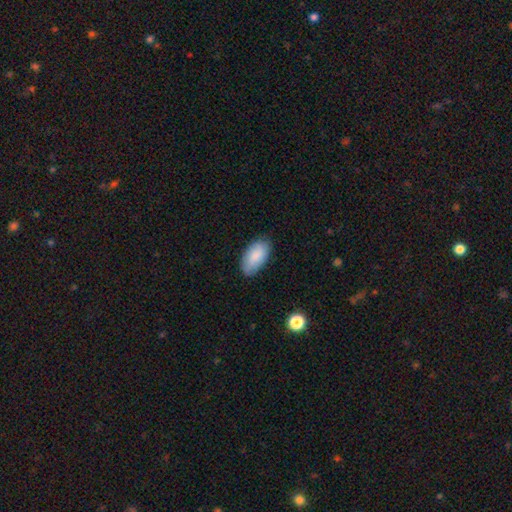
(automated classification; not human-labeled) This is clearly a smooth galaxy (84%). How rounded: clearly in between (95%). Merging: likely none (79%).